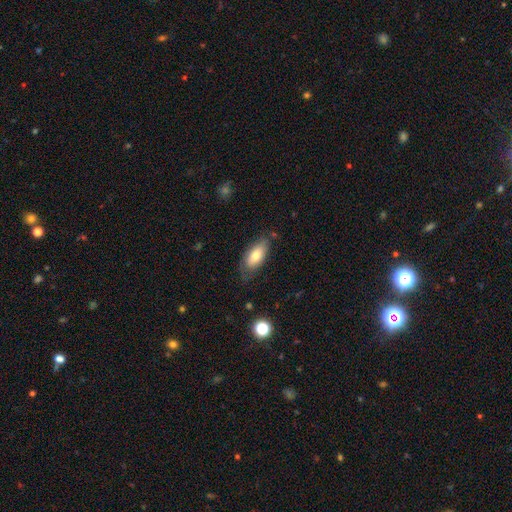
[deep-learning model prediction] A smooth galaxy with no disk features (73%) that is in between round and cigar-shaped (85%).

Vote fractions:
- Smooth or featured? smooth: 73% / featured or disk: 20% / star or artifact: 7%
- How rounded? in between: 85% / cigar-shaped: 12% / round: 3%
- Merging? none: 69% / minor disturbance: 23% / major disturbance: 6% / merger: 2%